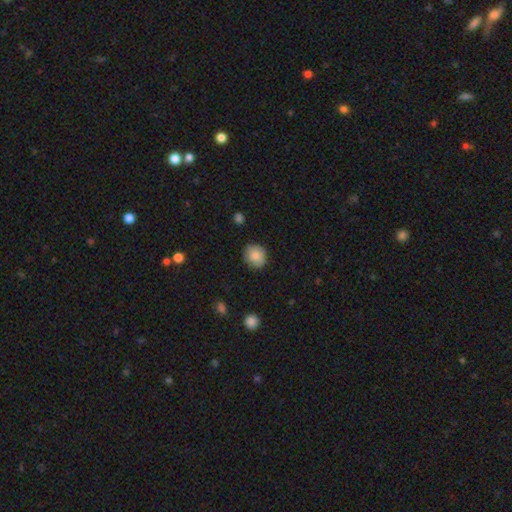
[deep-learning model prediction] smooth 86%, star or artifact 8%, featured or disk 6%. Down the decision tree: how rounded — round (77%); merging — none (85%).